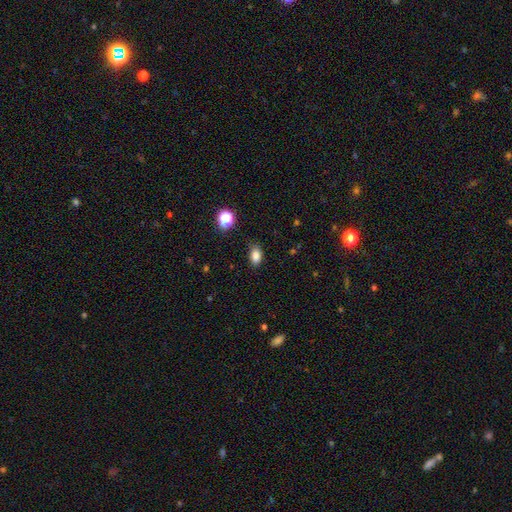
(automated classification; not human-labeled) smooth_or_featured: smooth (p=0.83) [alt: star or artifact p=0.12]
how_rounded: in between (p=0.85) [alt: round p=0.14]
merging: none (p=0.80) [alt: minor disturbance p=0.15]